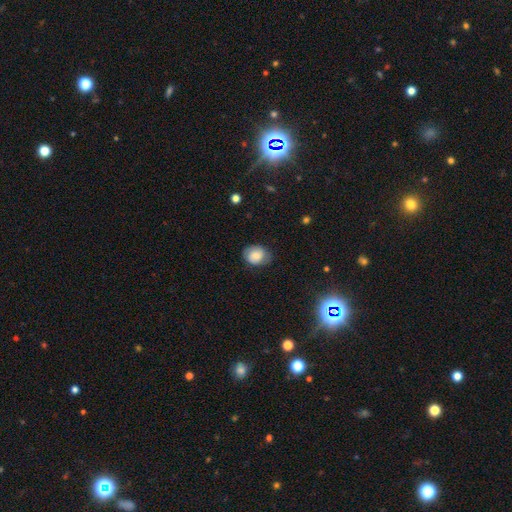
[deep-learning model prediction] Smooth or featured? smooth (74%)
How rounded? round (56%)
Merging? none (72%)